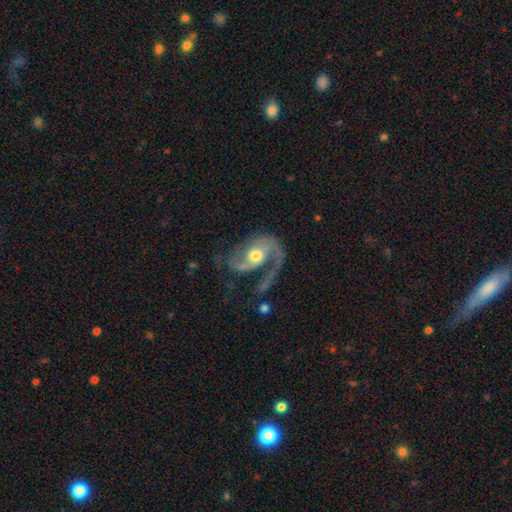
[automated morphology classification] This is clearly a featured or disk galaxy (86%). It is clearly not viewed edge-on (97%). Bar: possibly no (56%). Spiral arm pattern: clearly yes (95%). Spiral arm count: likely 2 (68%). Spiral winding: possibly medium (45%). Central bulge: likely moderate (72%). Merging: possibly none (46%).